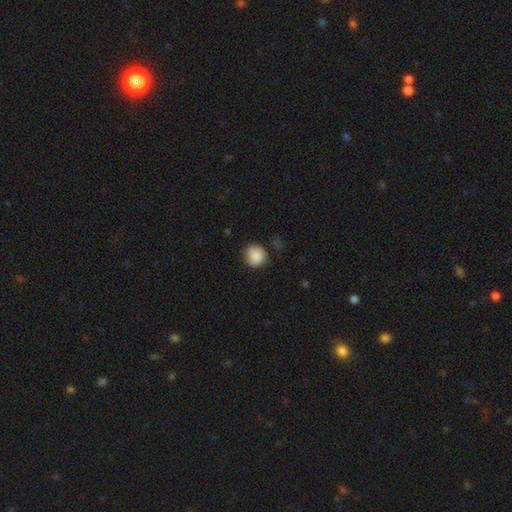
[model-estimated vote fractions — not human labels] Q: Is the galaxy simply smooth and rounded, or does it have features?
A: smooth — 76%.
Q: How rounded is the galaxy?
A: round — 80%.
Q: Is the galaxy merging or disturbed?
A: none — 64%.